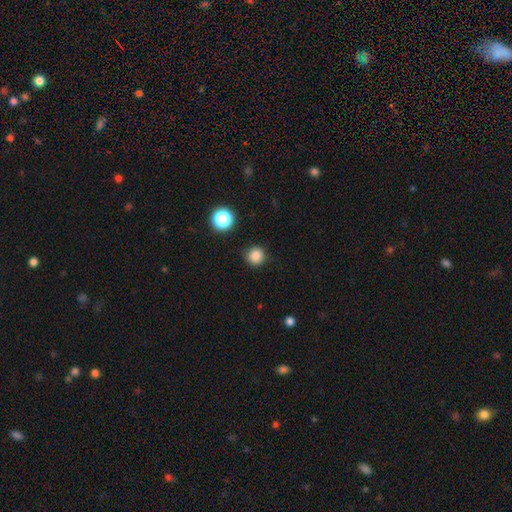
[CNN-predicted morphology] type=smooth (84%); roundness=round (93%); merging=none (88%).